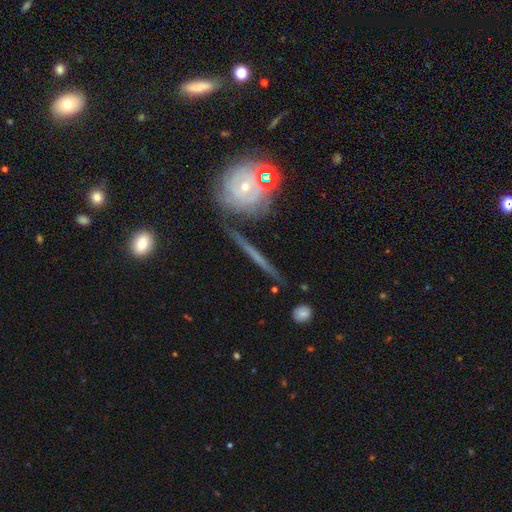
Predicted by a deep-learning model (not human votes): This appears to be a featured or disk galaxy (71%) viewed edge-on (82%) with no central bulge (67%). Merging: none (78%).